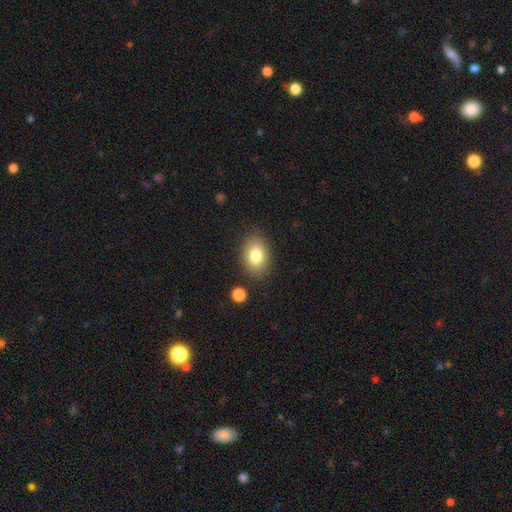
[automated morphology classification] A smooth galaxy with no disk features (80%) that is in between round and cigar-shaped (77%).

Vote fractions:
- Smooth or featured? smooth: 80% / featured or disk: 10% / star or artifact: 9%
- How rounded? in between: 77% / round: 22% / cigar-shaped: 1%
- Merging? none: 85% / minor disturbance: 10% / major disturbance: 3% / merger: 2%